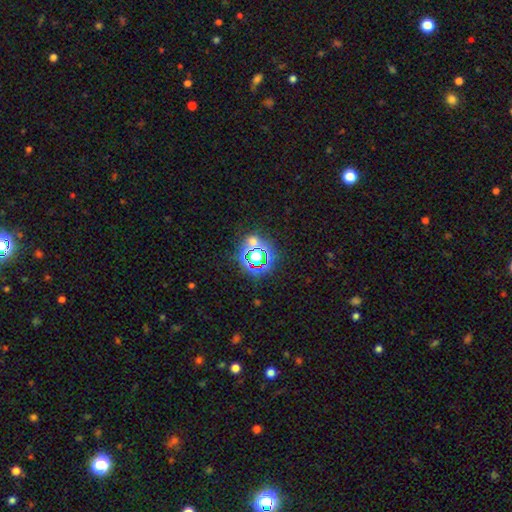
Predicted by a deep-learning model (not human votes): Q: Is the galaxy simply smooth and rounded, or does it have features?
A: star or artifact — 63%.